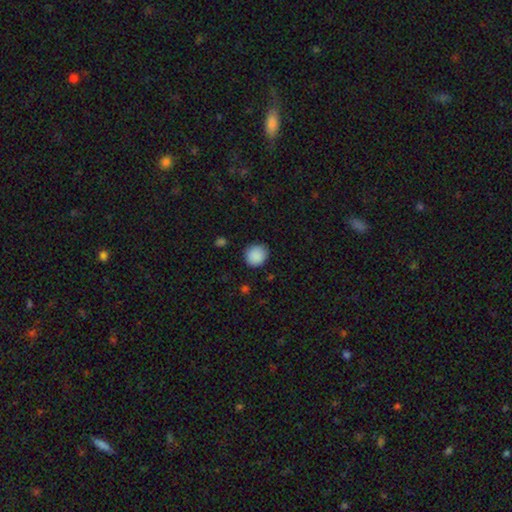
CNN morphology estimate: The model was most divided on "how rounded": round: 82%, in between: 17%, cigar-shaped: 1%. More confident: smooth or featured — smooth (89%); merging — none (85%).